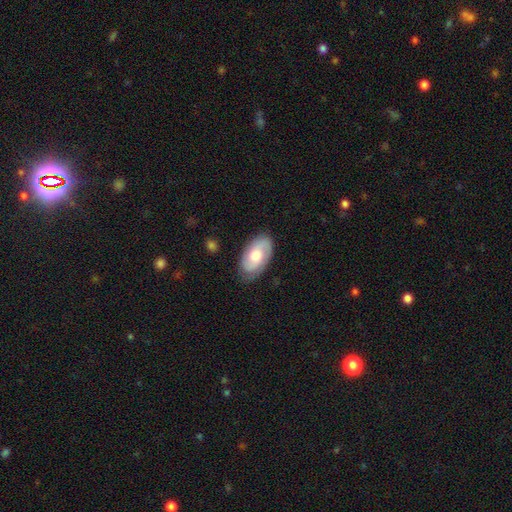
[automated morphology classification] Smooth or featured: featured or disk — 55% (smooth — 39%)
Edge-on disk: no — 94% (yes — 6%)
Bar: no — 68% (weak — 27%)
Spiral arms: yes — 86% (no — 14%)
Bulge size: moderate — 55% (large — 24%)
Merging: none — 80% (minor disturbance — 15%)